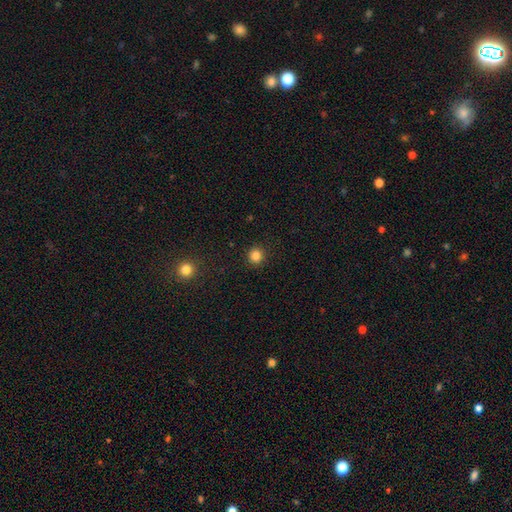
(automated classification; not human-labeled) A smooth galaxy with no disk features (84%) that is round (92%). Merging: none (91%).